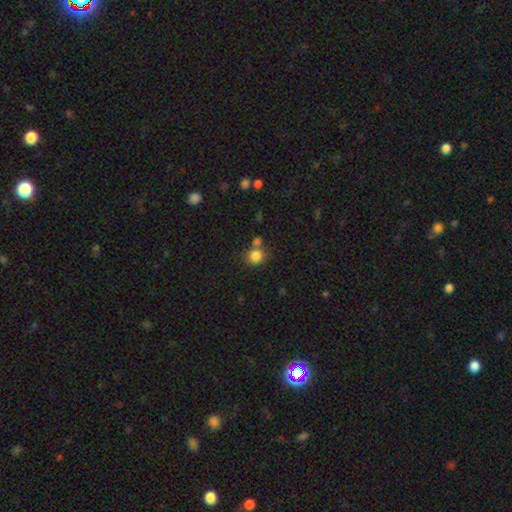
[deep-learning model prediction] This appears to be a smooth galaxy with no disk features (83%) that is round (85%). Merging: none (60%).